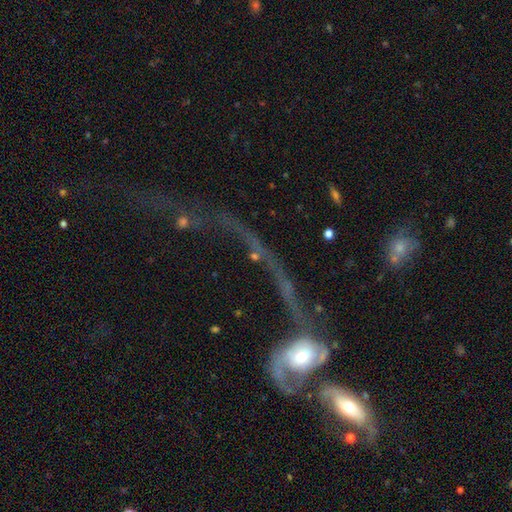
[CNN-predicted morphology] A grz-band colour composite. It shows a featured or disk galaxy (47%). Merging: none (34%).